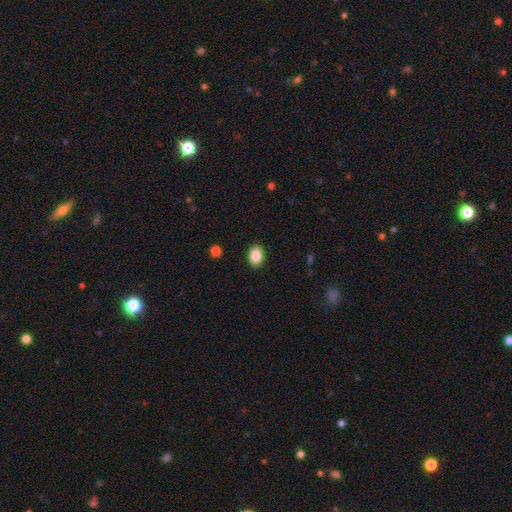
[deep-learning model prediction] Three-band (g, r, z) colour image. It shows a smooth galaxy with no disk features (87%) that is in between round and cigar-shaped (81%). Merging: none (89%).